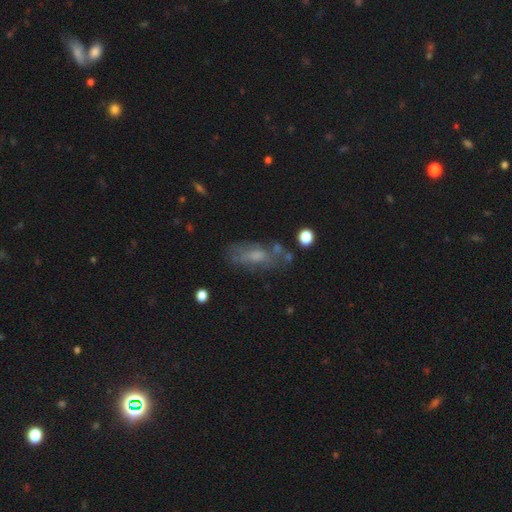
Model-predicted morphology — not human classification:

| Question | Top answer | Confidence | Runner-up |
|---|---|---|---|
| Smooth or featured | smooth | 46% | featured or disk (43%) |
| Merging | none | 58% | minor disturbance (23%) |